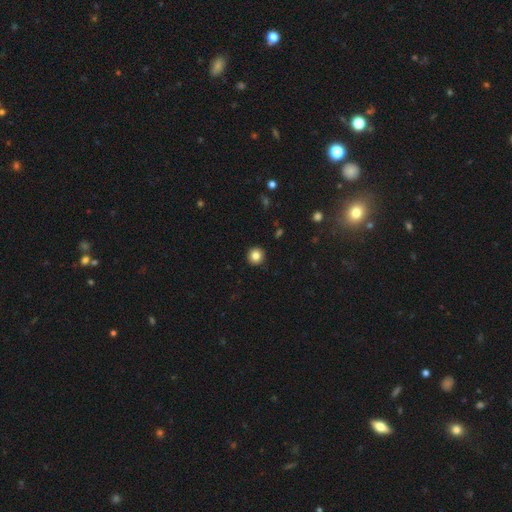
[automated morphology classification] Smooth or featured? smooth (84%)
How rounded? round (94%)
Merging? none (93%)